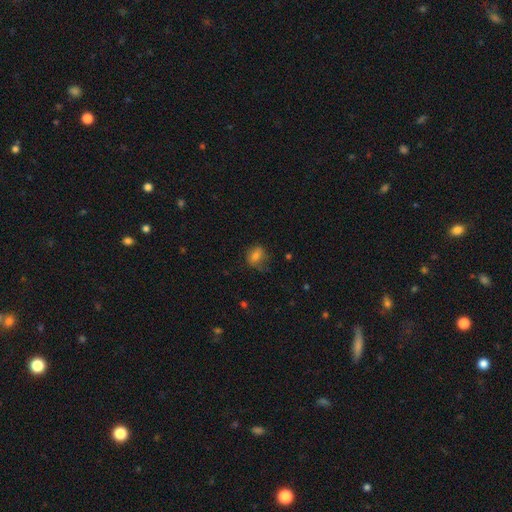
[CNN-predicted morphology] Overall: smooth (73%). How rounded: in between (55%; round 44%). Merging: none (57%; minor disturbance 27%).